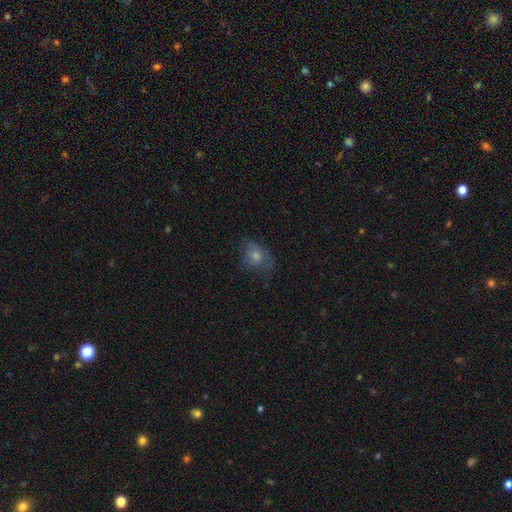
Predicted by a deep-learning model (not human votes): smooth_or_featured: smooth (p=0.55) [alt: featured or disk p=0.28]
how_rounded: in between (p=0.50) [alt: round p=0.48]
merging: none (p=0.56) [alt: minor disturbance p=0.26]